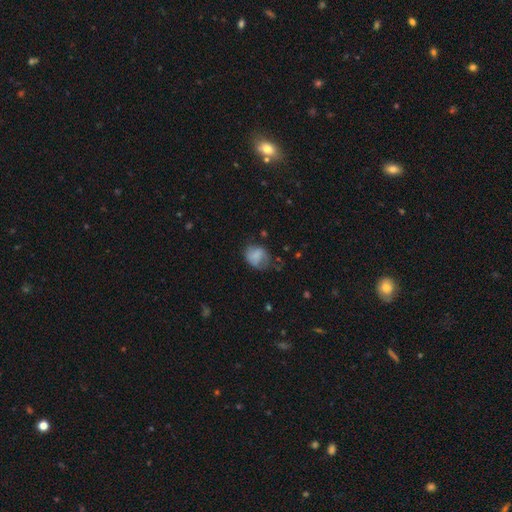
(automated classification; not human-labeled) Smooth or featured?
  - smooth: 68% *
  - featured or disk: 22%
  - star or artifact: 9%
How rounded?
  - round: 56% *
  - in between: 43%
  - cigar-shaped: 1%
Merging?
  - none: 48% *
  - minor disturbance: 32%
  - major disturbance: 18%
  - merger: 2%